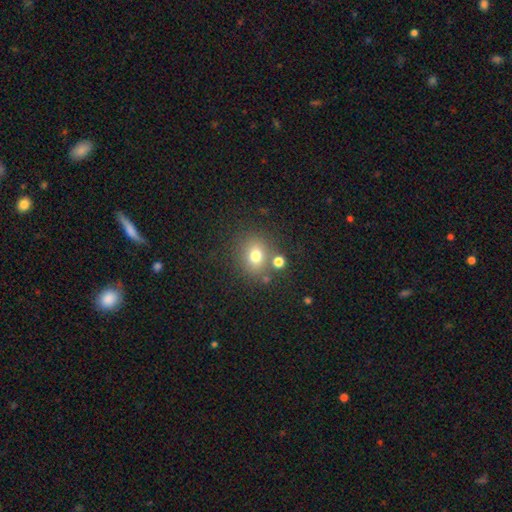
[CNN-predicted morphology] The model was most divided on "how rounded": round: 71%, in between: 28%, cigar-shaped: 1%. More confident: smooth or featured — smooth (73%); merging — none (71%).